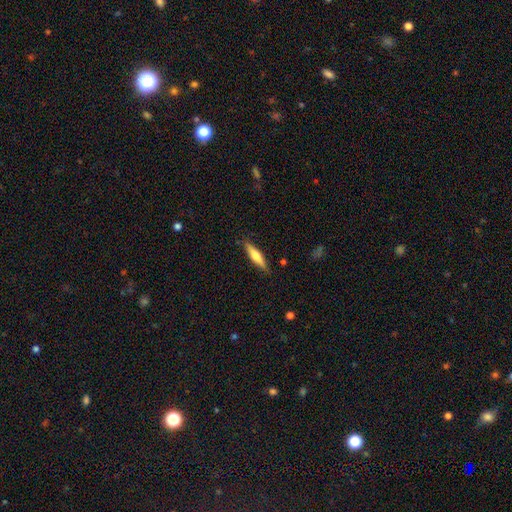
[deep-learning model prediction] Q: Smooth or featured?
A: smooth (54%); runner-up: featured or disk (41%)
Q: How rounded?
A: cigar-shaped (79%); runner-up: in between (20%)
Q: Merging?
A: none (87%); runner-up: minor disturbance (10%)